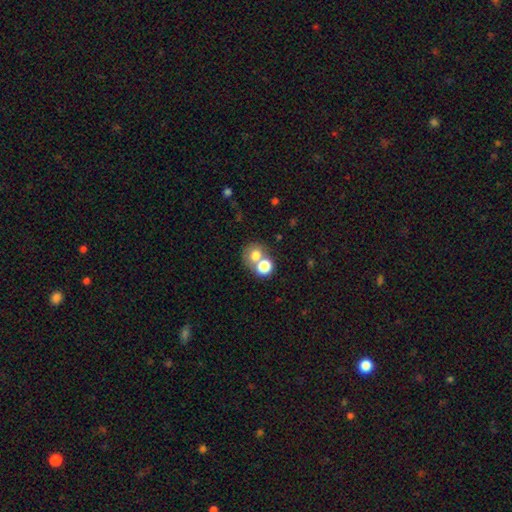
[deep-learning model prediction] This is likely a smooth galaxy (72%). How rounded: likely round (77%). Merging: possibly merger (47%).